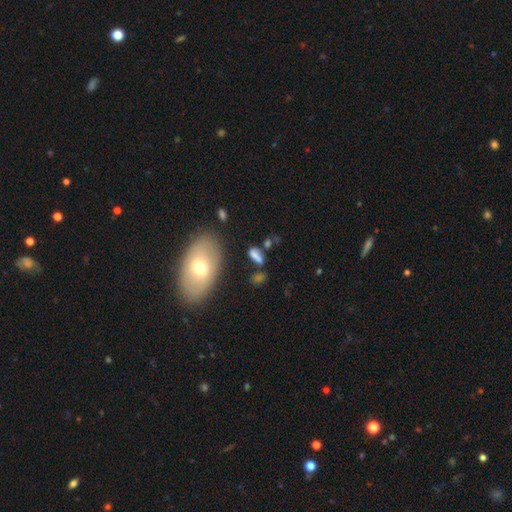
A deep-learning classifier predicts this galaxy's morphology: smooth_or_featured: smooth (p=0.72) [alt: featured or disk p=0.14]
how_rounded: in between (p=0.69) [alt: cigar-shaped p=0.21]
merging: none (p=0.58) [alt: merger p=0.17]